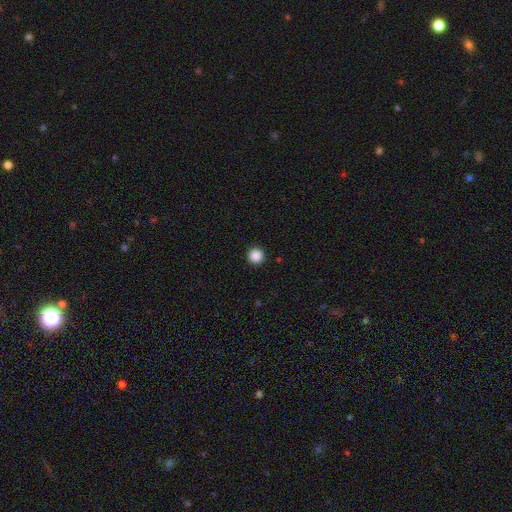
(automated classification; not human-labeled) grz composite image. It shows a smooth galaxy with no disk features (88%) that is round (96%). Merging: none (93%).